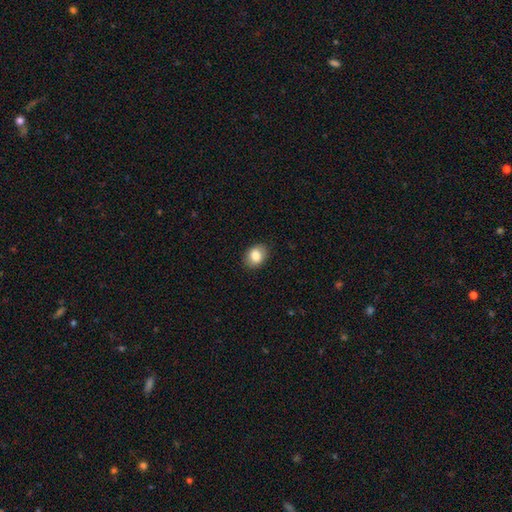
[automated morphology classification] smooth 84%, featured or disk 8%, star or artifact 8%. Down the decision tree: how rounded — in between (65%); merging — none (87%).